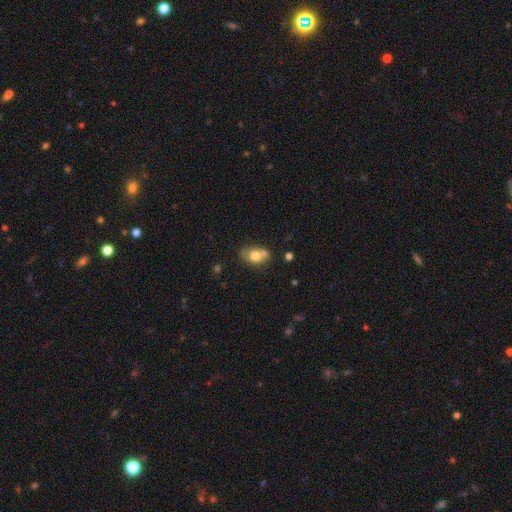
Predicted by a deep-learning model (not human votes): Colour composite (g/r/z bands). It shows a smooth galaxy with no disk features (70%) that is in between round and cigar-shaped (70%). Merging: none (38%).